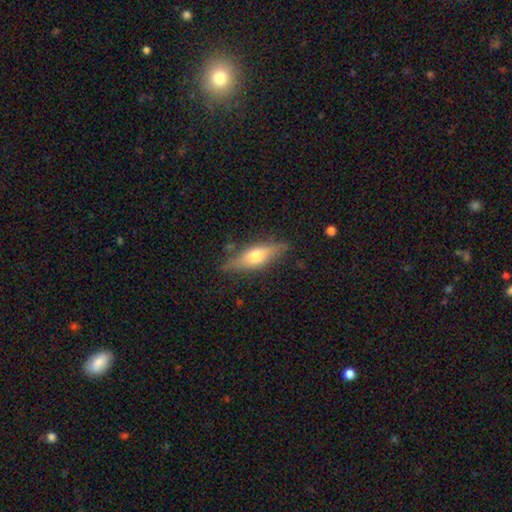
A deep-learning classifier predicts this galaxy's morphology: smooth_or_featured: smooth (p=0.49) [alt: featured or disk p=0.44]
merging: none (p=0.80) [alt: minor disturbance p=0.15]